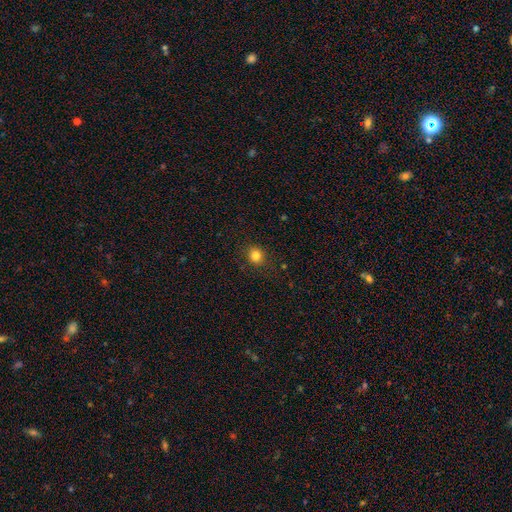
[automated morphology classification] A smooth galaxy with no disk features (82%) that is round (85%). Merging: none (87%).